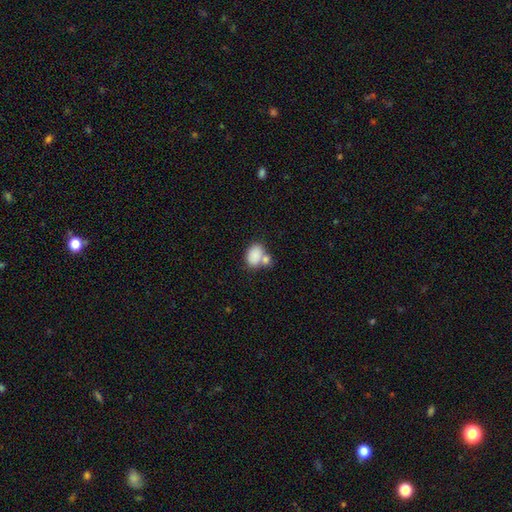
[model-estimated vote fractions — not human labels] A smooth galaxy with no disk features (83%) that is in between round and cigar-shaped (82%). Merging: merger (48%).